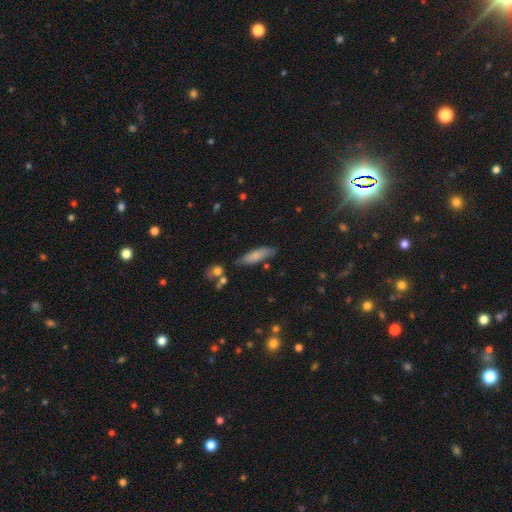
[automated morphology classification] Smooth or featured?
  - smooth: 75% *
  - featured or disk: 18%
  - star or artifact: 7%
How rounded?
  - cigar-shaped: 61% *
  - in between: 38%
  - round: 2%
Merging?
  - none: 72% *
  - minor disturbance: 19%
  - merger: 5%
  - major disturbance: 4%